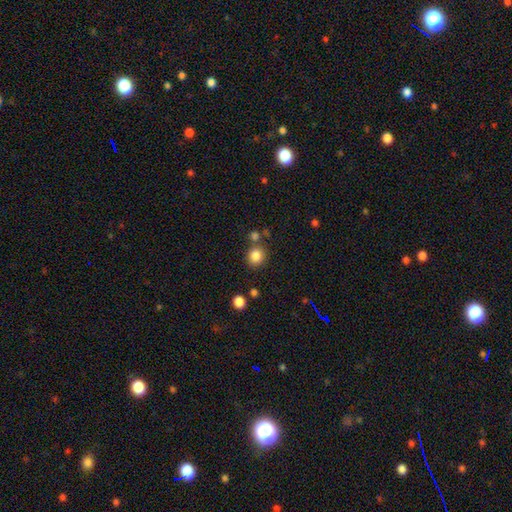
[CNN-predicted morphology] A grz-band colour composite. It shows a smooth galaxy with no disk features (84%) that is round (85%). Merging: none (76%).